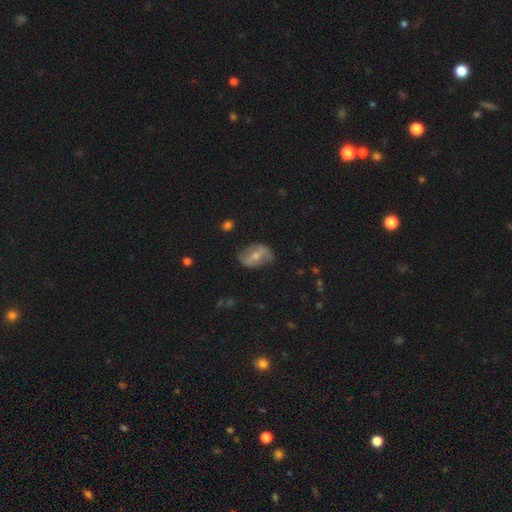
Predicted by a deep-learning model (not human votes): Morphology: type=featured or disk (61%); edge-on=no (92%); bar=strong (48%); spiral arms=yes (60%); bulge=moderate (50%); merging=none (72%).